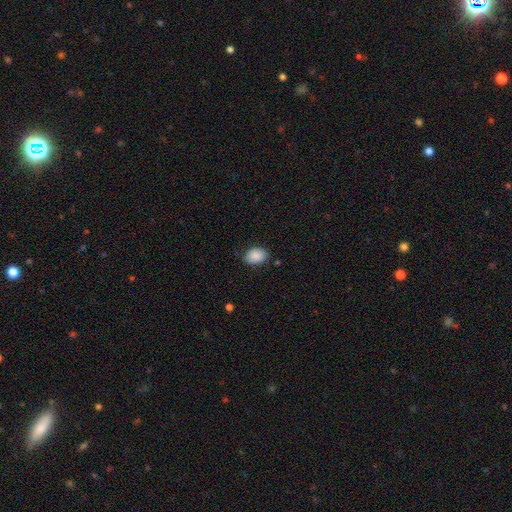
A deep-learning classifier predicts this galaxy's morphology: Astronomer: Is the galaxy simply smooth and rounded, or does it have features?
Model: smooth — 88%.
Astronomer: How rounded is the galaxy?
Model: in between — 81%.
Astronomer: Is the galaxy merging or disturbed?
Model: none — 81%.